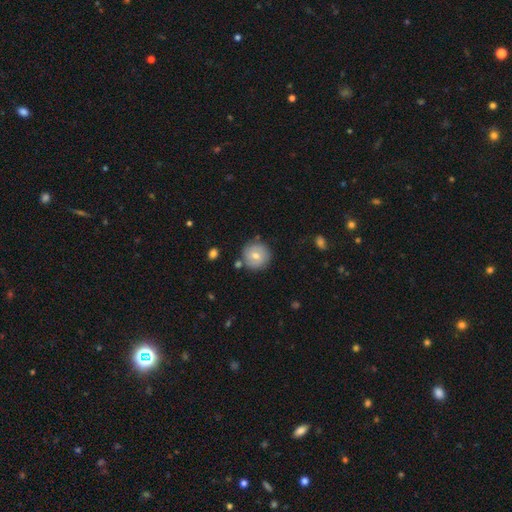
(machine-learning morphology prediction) Smooth or featured?
  - smooth: 64% *
  - featured or disk: 27%
  - star or artifact: 8%
How rounded?
  - round: 94% *
  - in between: 5%
  - cigar-shaped: 1%
Merging?
  - none: 82% *
  - minor disturbance: 11%
  - merger: 4%
  - major disturbance: 3%